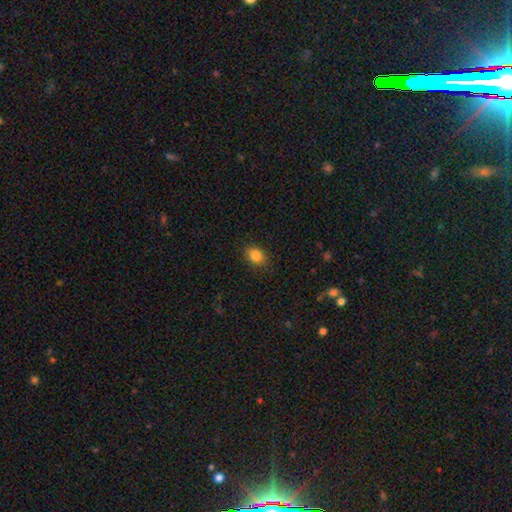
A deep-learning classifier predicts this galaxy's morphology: Overall: smooth (85%). How rounded: in between (63%; round 36%). Merging: none (87%).